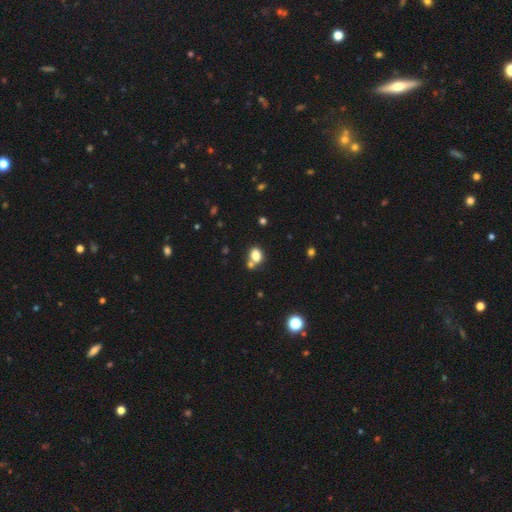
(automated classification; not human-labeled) Morphology: type=smooth (81%); roundness=in between (60%); merging=none (56%).